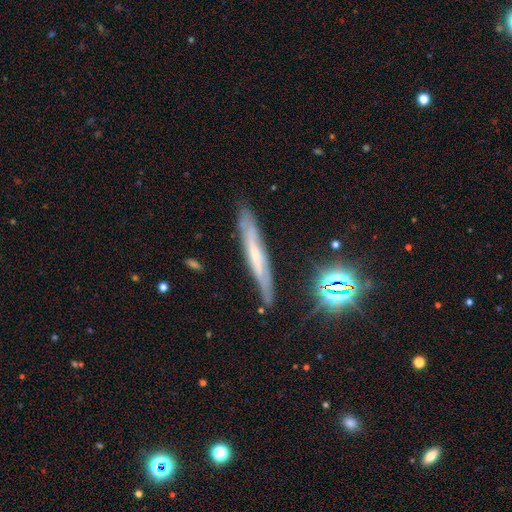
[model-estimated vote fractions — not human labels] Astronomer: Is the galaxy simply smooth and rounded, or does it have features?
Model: featured or disk — 58%.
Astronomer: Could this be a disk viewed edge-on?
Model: yes — 78%.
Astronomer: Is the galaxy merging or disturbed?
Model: none — 79%.